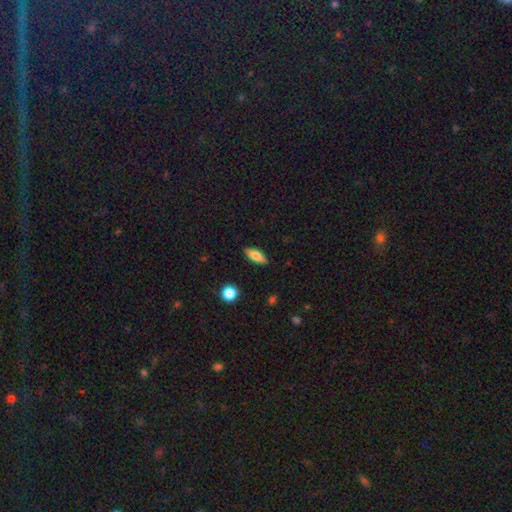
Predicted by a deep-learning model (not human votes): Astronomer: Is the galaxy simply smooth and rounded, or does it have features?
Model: smooth — 72%.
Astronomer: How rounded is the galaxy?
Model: in between — 70%.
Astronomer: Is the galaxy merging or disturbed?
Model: none — 87%.